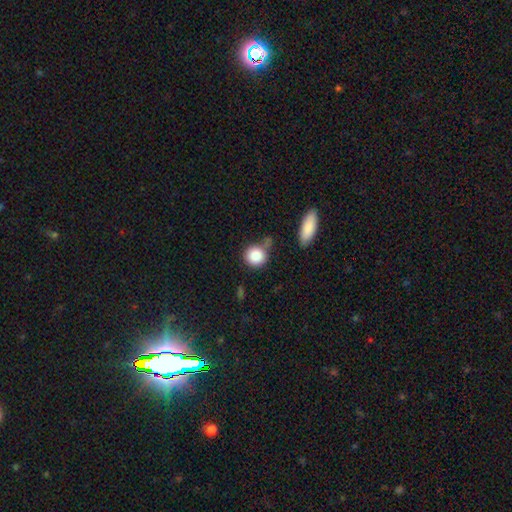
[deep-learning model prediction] smooth-or-featured: smooth: 87% | star or artifact: 8% | featured or disk: 5%
  how-rounded: round: 86% | in between: 13% | cigar-shaped: 1%
  merging: none: 62% | minor disturbance: 18% | merger: 14% | major disturbance: 6%